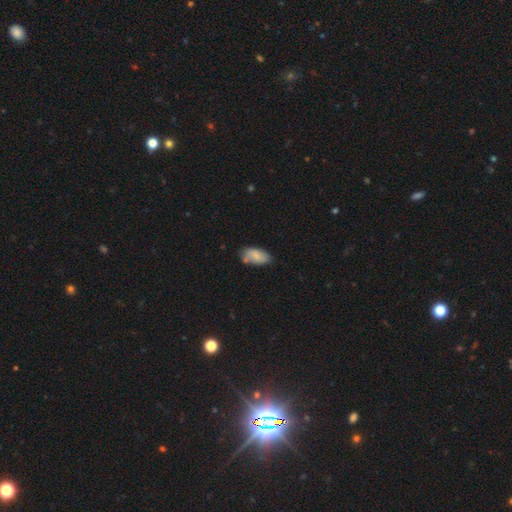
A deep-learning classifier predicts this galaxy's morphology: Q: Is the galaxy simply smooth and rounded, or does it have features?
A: smooth — 78%.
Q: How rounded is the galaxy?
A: in between — 93%.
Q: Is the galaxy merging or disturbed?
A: none — 62%.